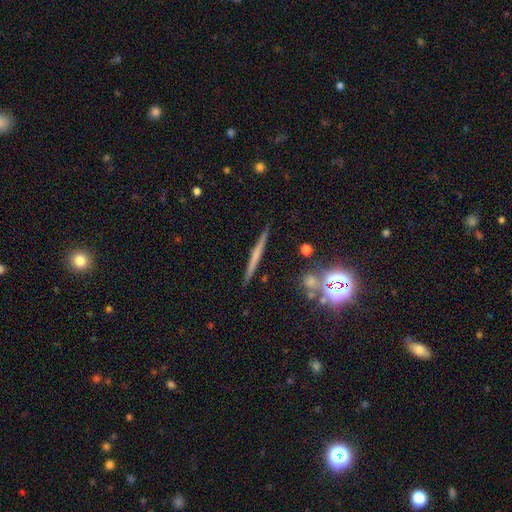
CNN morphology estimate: Smooth or featured? Predicted: featured or disk (p=0.47). Merging? Predicted: none (p=0.90).